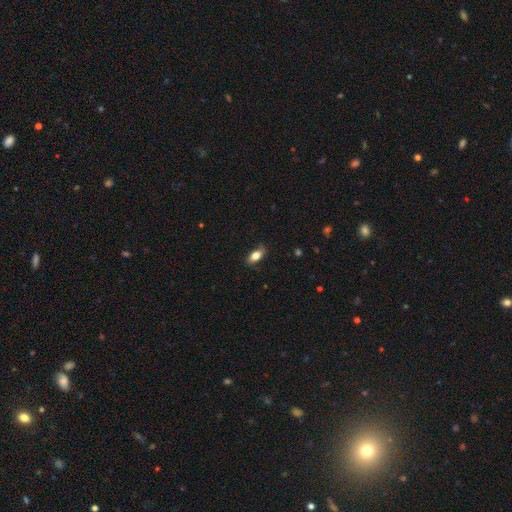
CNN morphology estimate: Q: Smooth or featured?
A: smooth (77%); runner-up: featured or disk (16%)
Q: How rounded?
A: in between (85%); runner-up: cigar-shaped (10%)
Q: Merging?
A: none (76%); runner-up: minor disturbance (19%)